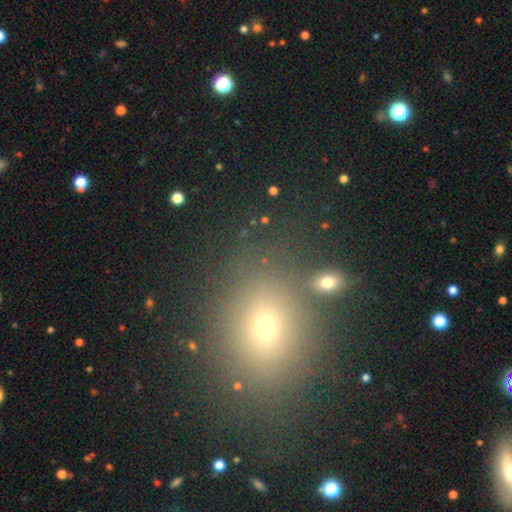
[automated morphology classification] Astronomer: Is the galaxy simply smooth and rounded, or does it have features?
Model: smooth — 58%.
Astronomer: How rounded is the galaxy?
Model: in between — 50% (runner-up: round, 47%).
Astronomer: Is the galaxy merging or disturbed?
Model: none — 79%.